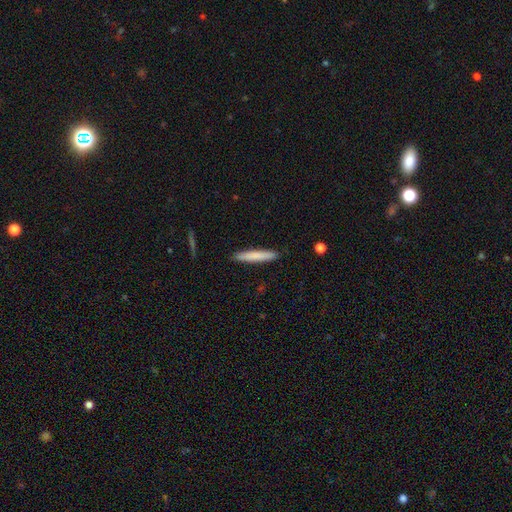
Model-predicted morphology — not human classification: Smooth or featured: smooth — 79% (featured or disk — 16%)
How rounded: cigar-shaped — 94% (in between — 5%)
Merging: none — 90% (minor disturbance — 7%)